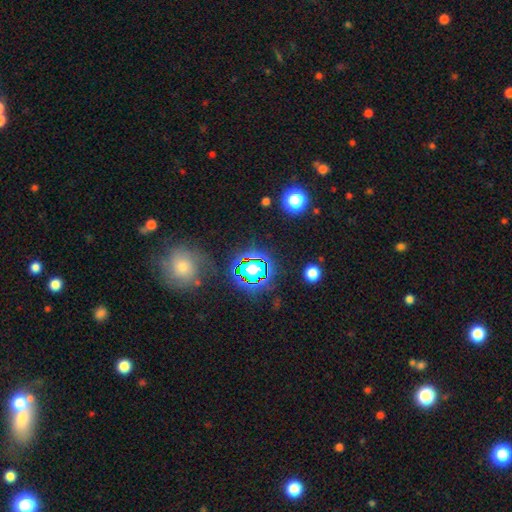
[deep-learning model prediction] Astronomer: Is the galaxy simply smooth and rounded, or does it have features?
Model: star or artifact — 75%.